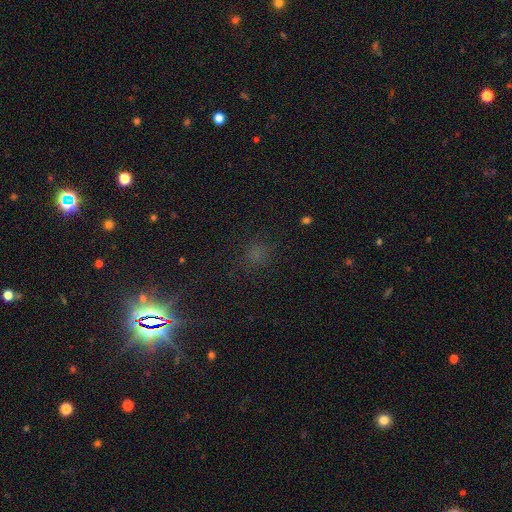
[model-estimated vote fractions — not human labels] A star or artifact, not a galaxy (57%).